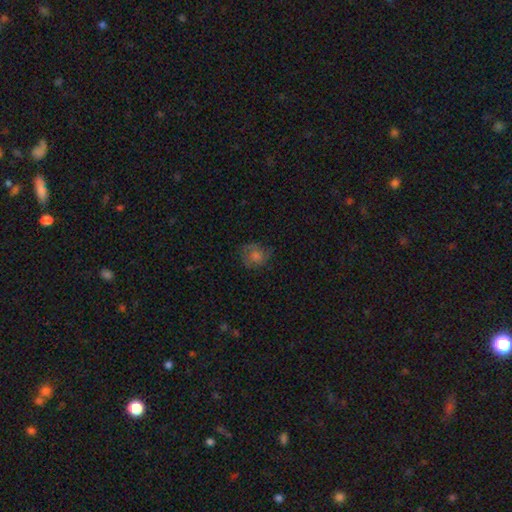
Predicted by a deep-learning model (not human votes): smooth_or_featured: smooth (p=0.51) [alt: featured or disk p=0.32]
how_rounded: round (p=0.76) [alt: in between p=0.23]
merging: none (p=0.69) [alt: minor disturbance p=0.19]